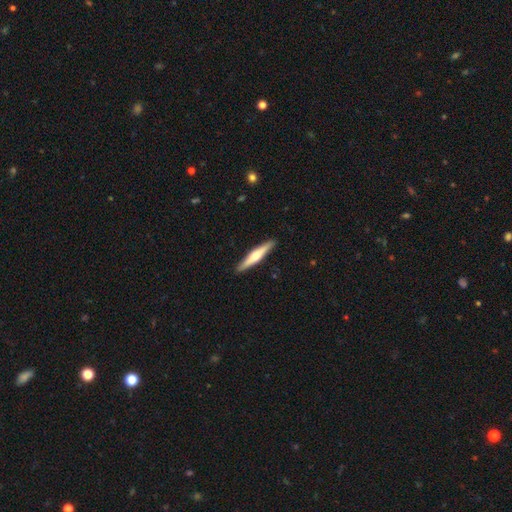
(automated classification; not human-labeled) smooth_or_featured: featured or disk (p=0.52) [alt: smooth p=0.43]
disk_edge_on: yes (p=0.97) [alt: no p=0.03]
edge_on_bulge: rounded (p=0.79) [alt: none p=0.11]
merging: none (p=0.91) [alt: minor disturbance p=0.07]